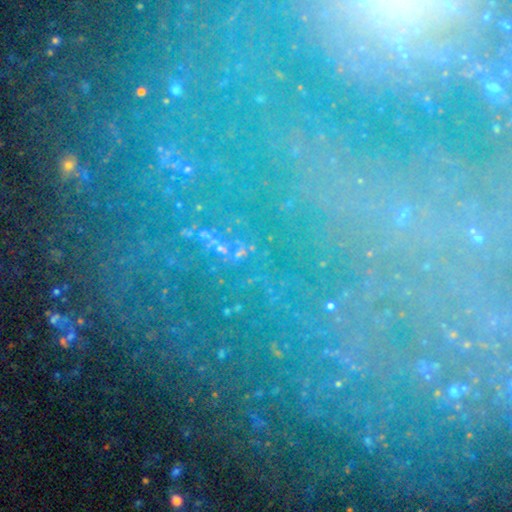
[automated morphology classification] Smooth or featured?
  - star or artifact: 63% *
  - featured or disk: 24%
  - smooth: 13%